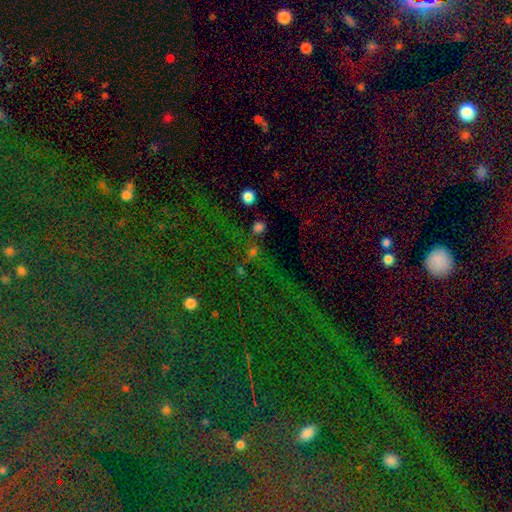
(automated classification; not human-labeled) star or artifact 76%, smooth 15%, featured or disk 9%.